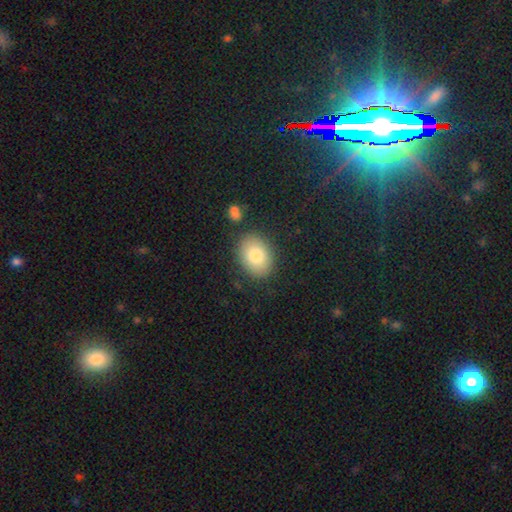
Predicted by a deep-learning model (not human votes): The model was most divided on "how rounded": in between: 65%, round: 35%, cigar-shaped: 1%. More confident: merging — none (83%); smooth or featured — smooth (81%).